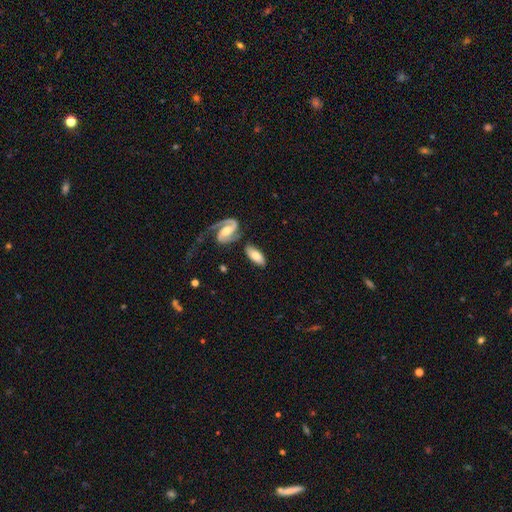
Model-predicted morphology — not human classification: This is possibly a smooth galaxy (58%). How rounded: clearly in between (82%). Merging: likely none (70%).